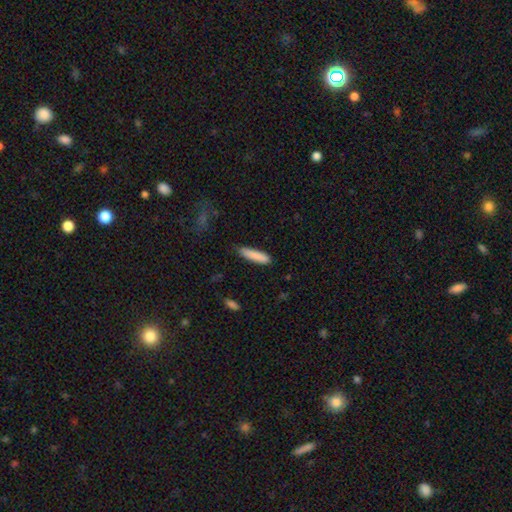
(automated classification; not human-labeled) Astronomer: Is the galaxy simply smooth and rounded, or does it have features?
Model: smooth — 87%.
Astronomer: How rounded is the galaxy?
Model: cigar-shaped — 77%.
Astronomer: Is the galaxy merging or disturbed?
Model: none — 83%.